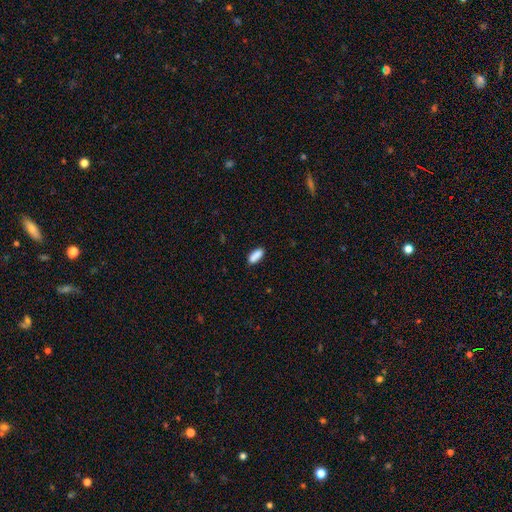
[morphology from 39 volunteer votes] smooth 87%, star or artifact 8%, featured or disk 5%. Down the decision tree: how rounded — in between (62%); merging — none (81%).